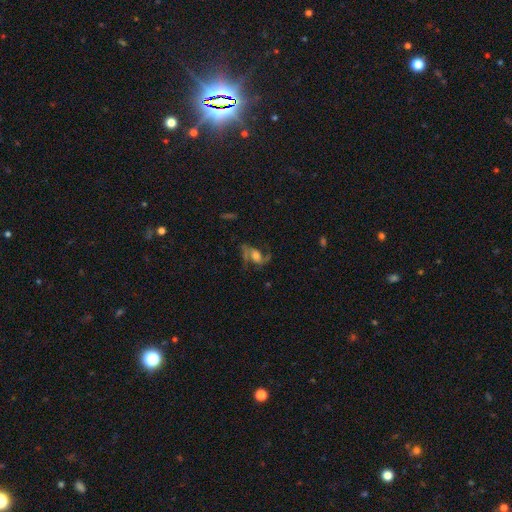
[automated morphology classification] Smooth or featured?
  - featured or disk: 78% *
  - smooth: 14%
  - star or artifact: 9%
Edge-on disk?
  - no: 96% *
  - yes: 4%
Bar?
  - no: 51% *
  - weak: 37%
  - strong: 12%
Spiral arms?
  - yes: 93% *
  - no: 7%
Spiral winding?
  - loose: 53% *
  - medium: 39%
  - tight: 8%
Spiral arm count?
  - 2: 87% *
  - 1: 4%
  - can't tell: 4%
  - 3: 3%
  - 4: 1%
  - more than 4: 1%
Bulge size?
  - moderate: 41% *
  - large: 31%
  - small: 16%
  - none: 8%
  - dominant: 4%
Merging?
  - none: 58% *
  - major disturbance: 23%
  - minor disturbance: 17%
  - merger: 3%